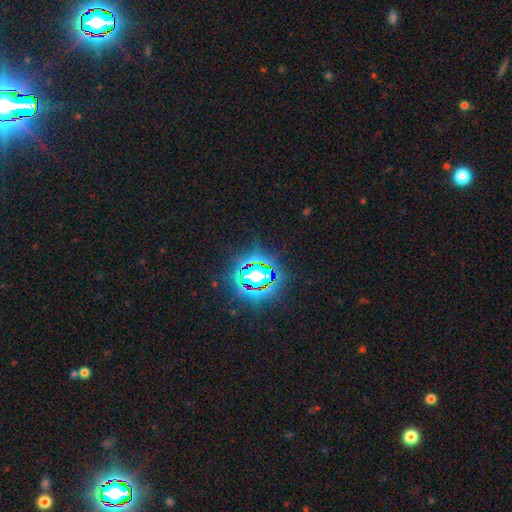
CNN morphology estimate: This is clearly a star or artifact rather than a galaxy (81%).